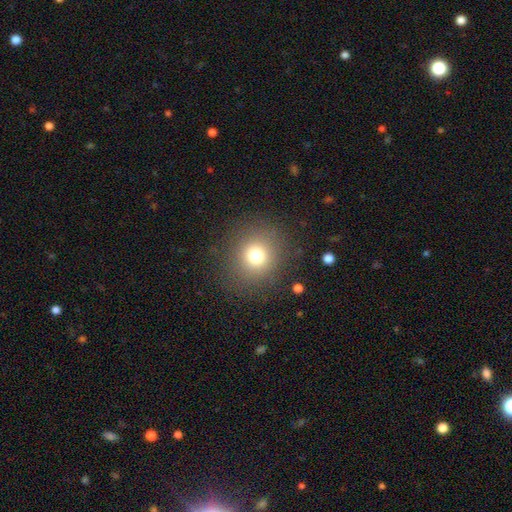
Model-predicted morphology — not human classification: smooth_or_featured: smooth (p=0.74) [alt: star or artifact p=0.16]
how_rounded: round (p=0.88) [alt: in between p=0.11]
merging: none (p=0.87) [alt: minor disturbance p=0.07]